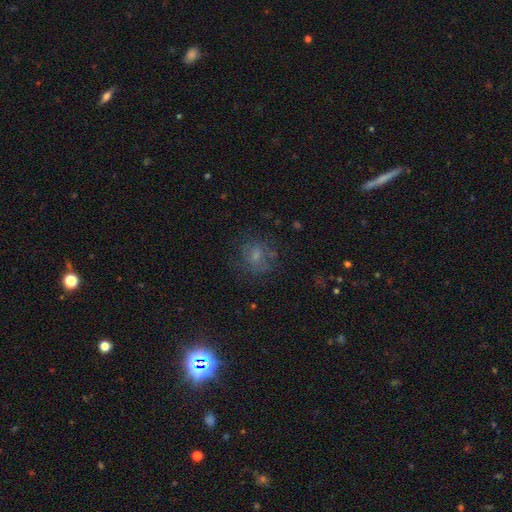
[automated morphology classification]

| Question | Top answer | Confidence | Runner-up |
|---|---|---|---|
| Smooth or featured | smooth | 52% | star or artifact (24%) |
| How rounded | round | 75% | in between (23%) |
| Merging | none | 69% | minor disturbance (17%) |